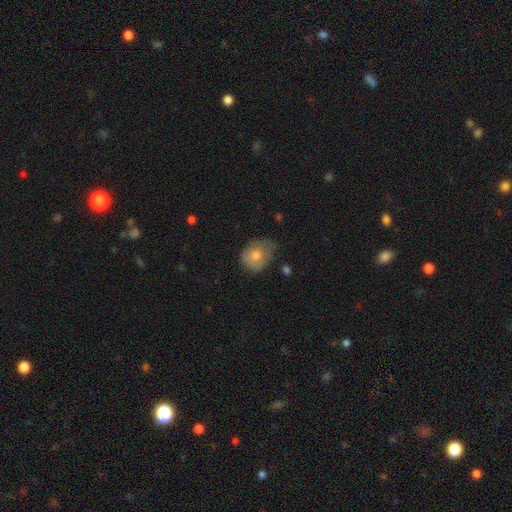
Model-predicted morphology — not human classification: Overall: smooth (70%). How rounded: round (62%; in between 37%). Merging: none (52%; minor disturbance 36%).